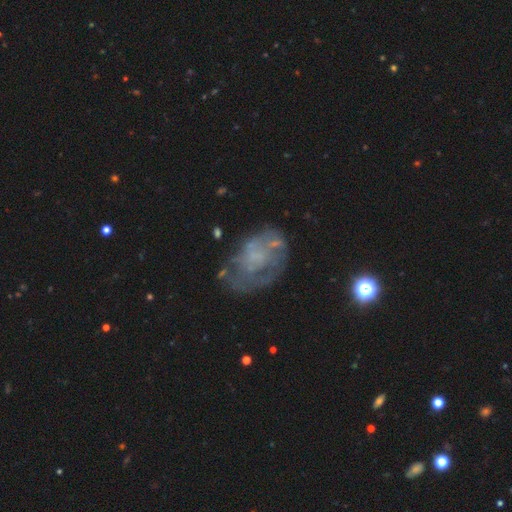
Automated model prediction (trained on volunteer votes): This is likely a featured or disk galaxy (63%). It is clearly not viewed edge-on (97%). Bar: clearly no (83%). Spiral arm pattern: possibly no (56%). Central bulge: likely none (60%). Merging: possibly none (57%).